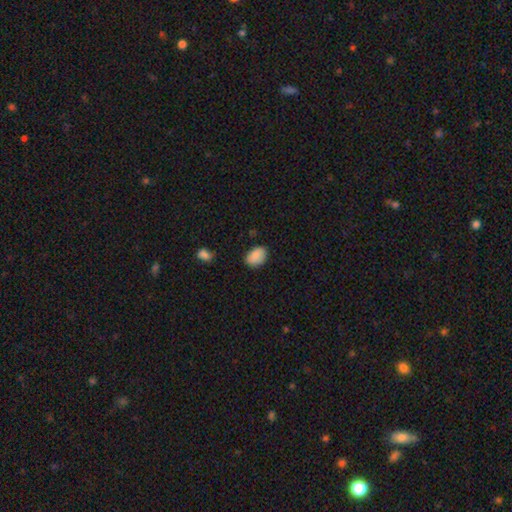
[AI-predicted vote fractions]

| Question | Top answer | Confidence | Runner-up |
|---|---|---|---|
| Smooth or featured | smooth | 87% | star or artifact (7%) |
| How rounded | in between | 83% | round (15%) |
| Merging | none | 78% | minor disturbance (17%) |